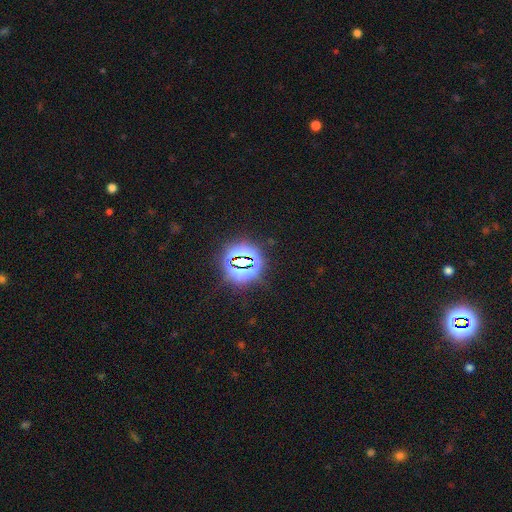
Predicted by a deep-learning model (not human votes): Smooth or featured? Predicted: star or artifact (p=0.84).